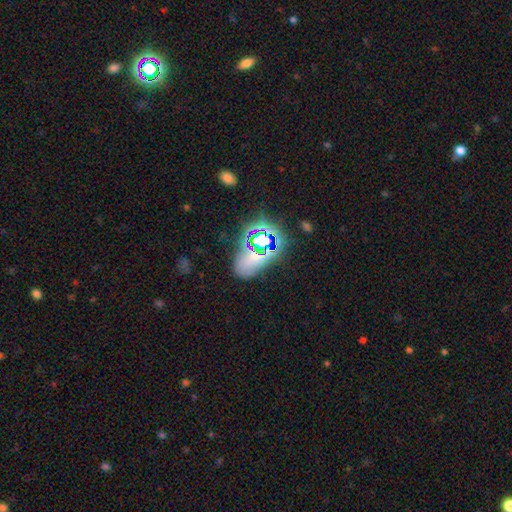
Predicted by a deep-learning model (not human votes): Smooth or featured? Predicted: star or artifact (p=0.49).